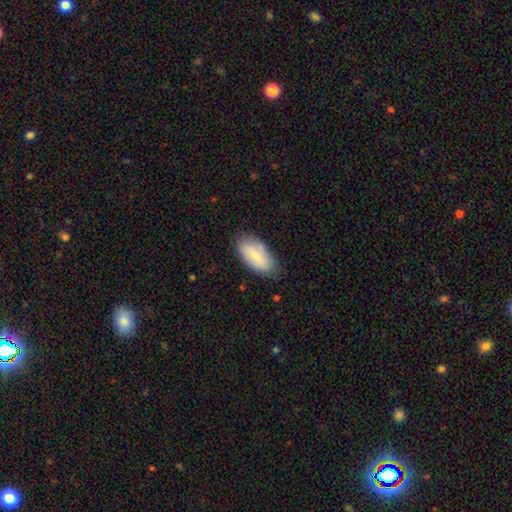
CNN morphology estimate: Smooth or featured? smooth (73%)
How rounded? in between (93%)
Merging? none (77%)